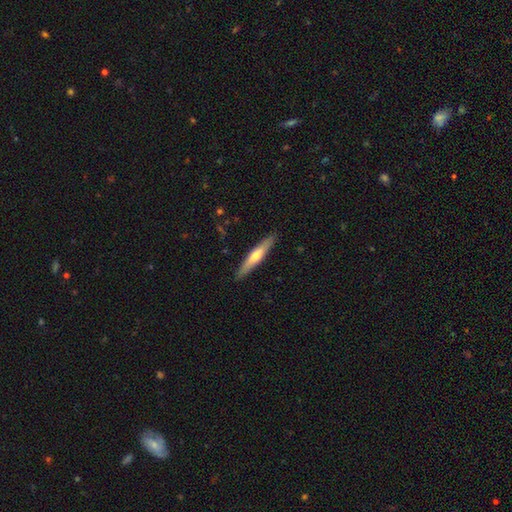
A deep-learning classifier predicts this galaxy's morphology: Smooth or featured?
  - smooth: 48% *
  - featured or disk: 47%
  - star or artifact: 5%
Merging?
  - none: 90% *
  - minor disturbance: 7%
  - major disturbance: 2%
  - merger: 1%